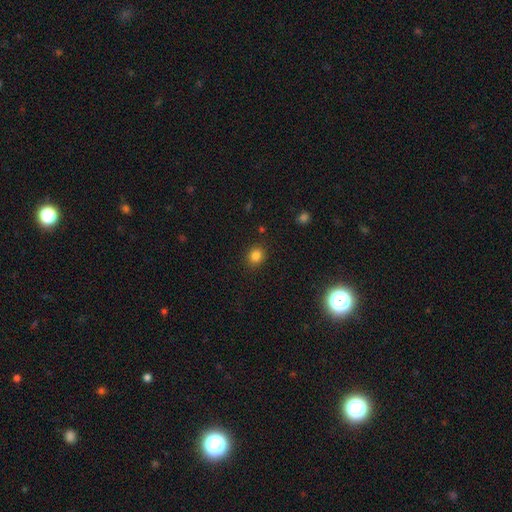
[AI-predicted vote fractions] Smooth or featured: smooth — 83% (star or artifact — 12%)
How rounded: round — 75% (in between — 25%)
Merging: none — 89% (minor disturbance — 8%)